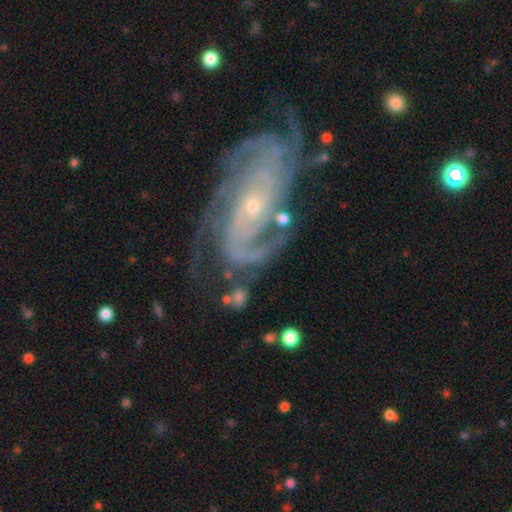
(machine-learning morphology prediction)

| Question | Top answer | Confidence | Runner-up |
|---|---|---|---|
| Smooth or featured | featured or disk | 92% | star or artifact (5%) |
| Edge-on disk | no | 97% | yes (3%) |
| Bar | no | 63% | weak (24%) |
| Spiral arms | yes | 98% | no (2%) |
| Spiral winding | tight | 61% | medium (33%) |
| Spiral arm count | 2 | 31% | 3 (23%) |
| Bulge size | small | 81% | moderate (15%) |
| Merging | none | 64% | minor disturbance (19%) |